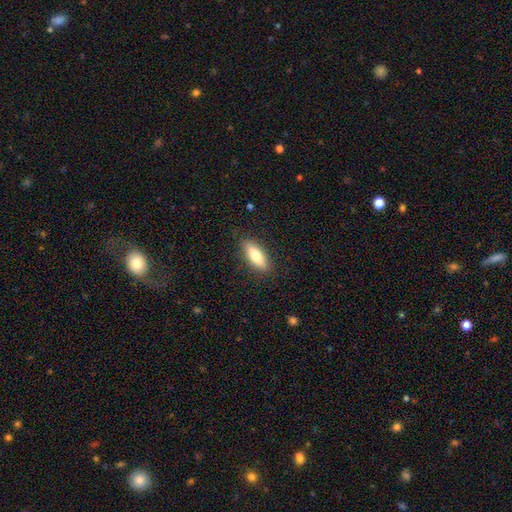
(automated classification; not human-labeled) Overall: smooth (76%). How rounded: in between (66%; cigar-shaped 32%). Merging: none (86%).